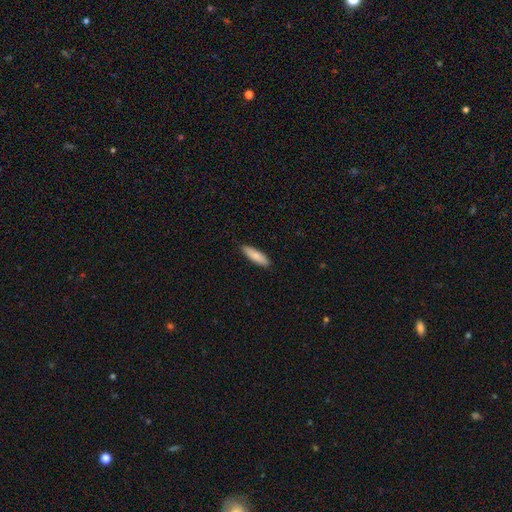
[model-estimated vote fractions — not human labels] A smooth galaxy with no disk features (82%) that is cigar-shaped (61%). Merging: none (89%).